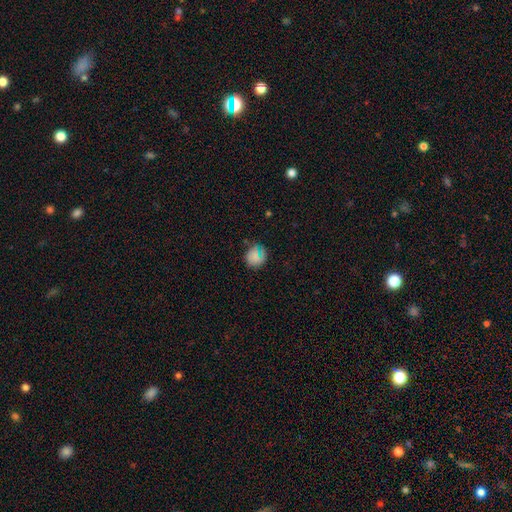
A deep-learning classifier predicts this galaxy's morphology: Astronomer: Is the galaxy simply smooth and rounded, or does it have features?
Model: smooth — 68%.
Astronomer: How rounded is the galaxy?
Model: round — 85%.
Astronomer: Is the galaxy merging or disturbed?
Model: none — 73%.